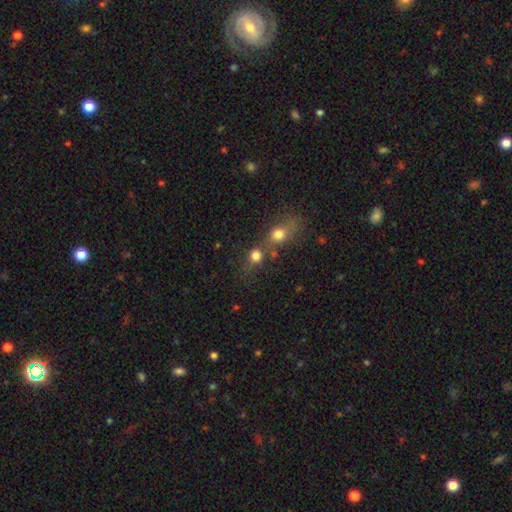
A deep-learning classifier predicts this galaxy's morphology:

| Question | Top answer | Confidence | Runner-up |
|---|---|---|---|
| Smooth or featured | smooth | 75% | star or artifact (16%) |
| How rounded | round | 77% | in between (20%) |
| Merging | none | 43% | merger (42%) |